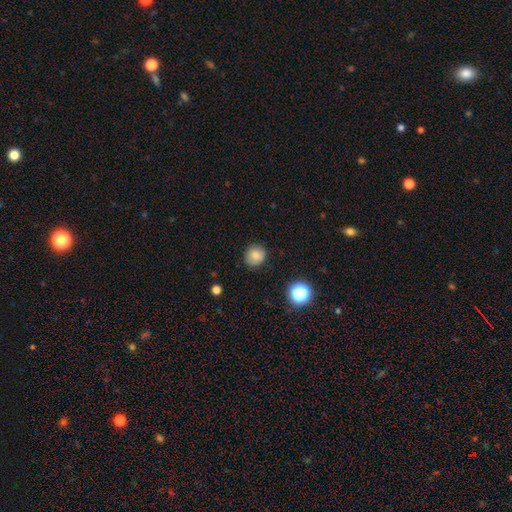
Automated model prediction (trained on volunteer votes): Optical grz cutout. It shows a smooth galaxy with no disk features (81%) that is round (85%). Merging: none (85%).